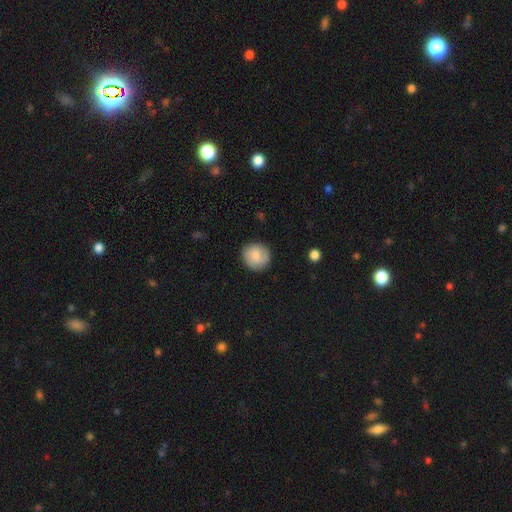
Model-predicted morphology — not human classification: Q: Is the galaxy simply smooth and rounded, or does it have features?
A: smooth — 77%.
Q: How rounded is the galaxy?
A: round — 91%.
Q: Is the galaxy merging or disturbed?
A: none — 86%.